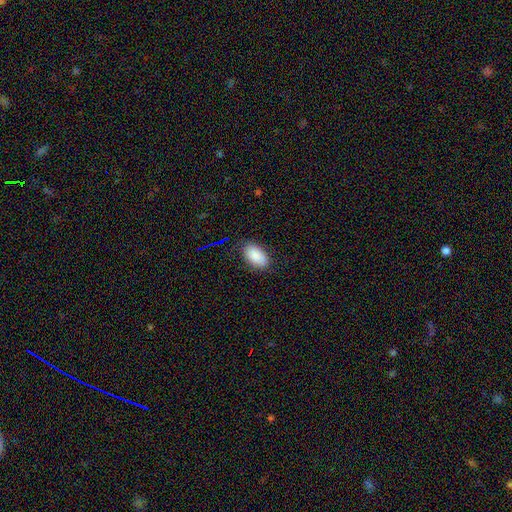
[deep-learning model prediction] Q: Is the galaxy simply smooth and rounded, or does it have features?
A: smooth — 88%.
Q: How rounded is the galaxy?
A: in between — 94%.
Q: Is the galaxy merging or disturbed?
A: none — 83%.